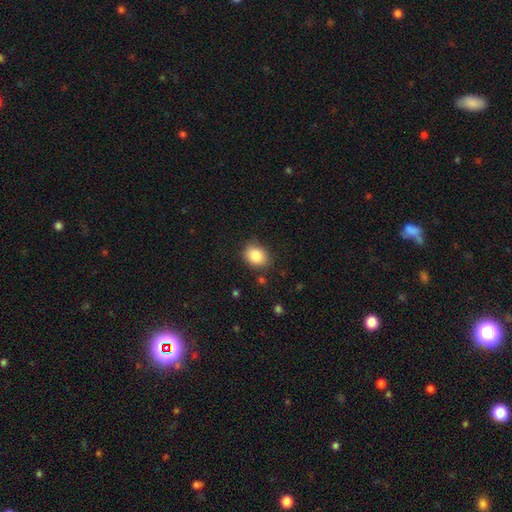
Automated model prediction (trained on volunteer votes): A smooth galaxy with no disk features (85%) that is in between round and cigar-shaped (50%).

Vote fractions:
- Smooth or featured? smooth: 85% / star or artifact: 9% / featured or disk: 6%
- How rounded? in between: 50% / round: 49% / cigar-shaped: 1%
- Merging? none: 80% / minor disturbance: 15% / major disturbance: 3% / merger: 2%